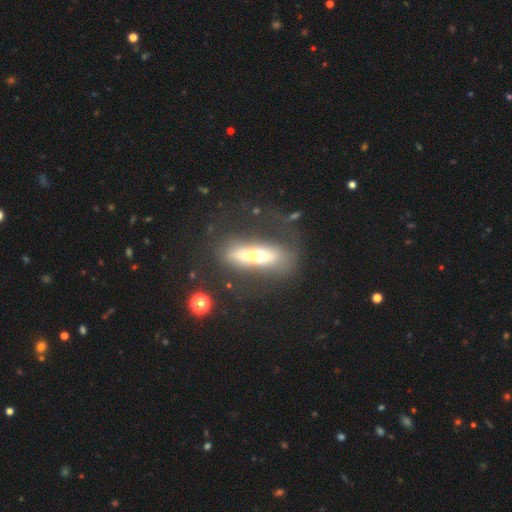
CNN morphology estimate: Q: Smooth or featured?
A: featured or disk (50%); runner-up: smooth (42%)
Q: Edge-on disk?
A: yes (55%); runner-up: no (45%)
Q: Merging?
A: none (50%); runner-up: major disturbance (26%)